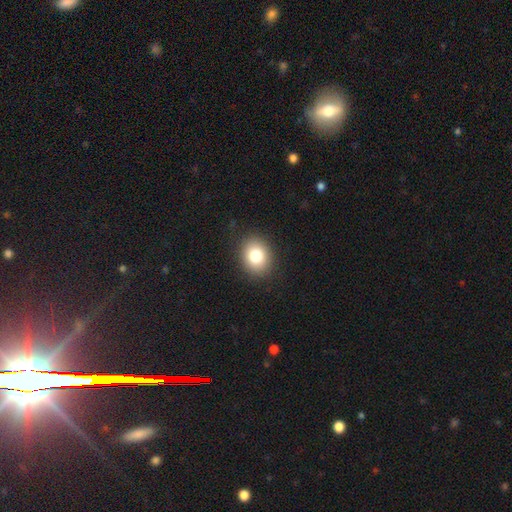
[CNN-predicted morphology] A smooth galaxy with no disk features (81%) that is round (57%).

Vote fractions:
- Smooth or featured? smooth: 81% / star or artifact: 10% / featured or disk: 9%
- How rounded? round: 57% / in between: 42% / cigar-shaped: 1%
- Merging? none: 89% / minor disturbance: 7% / major disturbance: 2% / merger: 1%